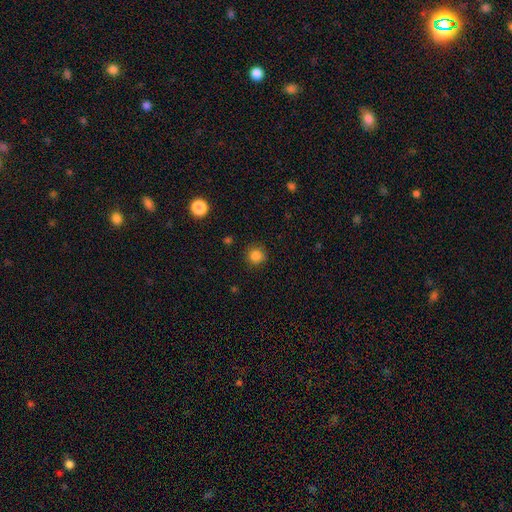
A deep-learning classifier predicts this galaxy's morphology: type=smooth (84%); roundness=round (93%); merging=none (88%).